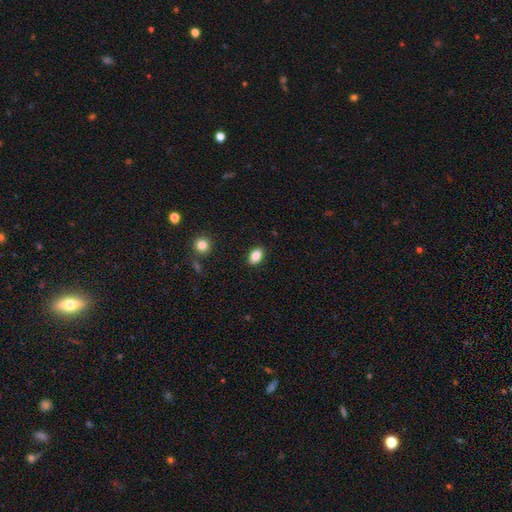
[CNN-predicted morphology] A smooth galaxy with no disk features (86%) that is in between round and cigar-shaped (87%). Merging: none (89%).